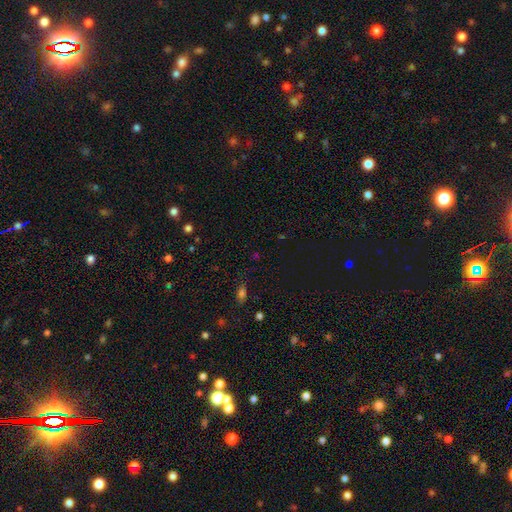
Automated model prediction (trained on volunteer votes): Morphology: type=smooth (47%); merging=none (77%).